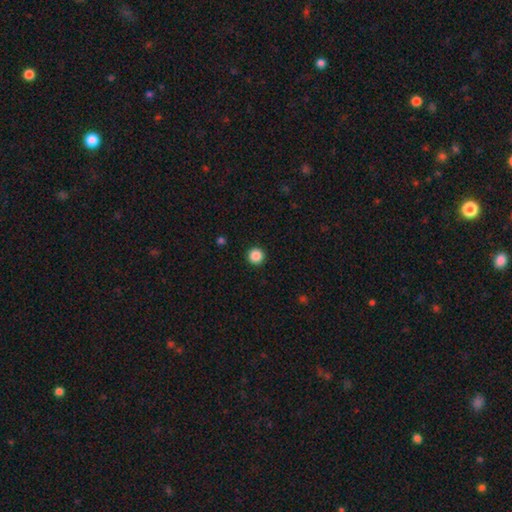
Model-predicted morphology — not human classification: smooth_or_featured: smooth (p=0.87) [alt: star or artifact p=0.10]
how_rounded: round (p=0.97) [alt: in between p=0.03]
merging: none (p=0.93) [alt: minor disturbance p=0.04]